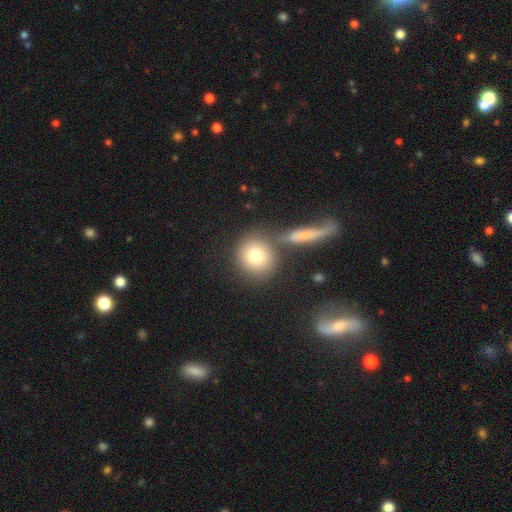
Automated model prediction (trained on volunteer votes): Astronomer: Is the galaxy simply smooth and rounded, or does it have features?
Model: smooth — 77%.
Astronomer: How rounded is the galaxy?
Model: round — 88%.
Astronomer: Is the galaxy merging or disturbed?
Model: none — 67%.